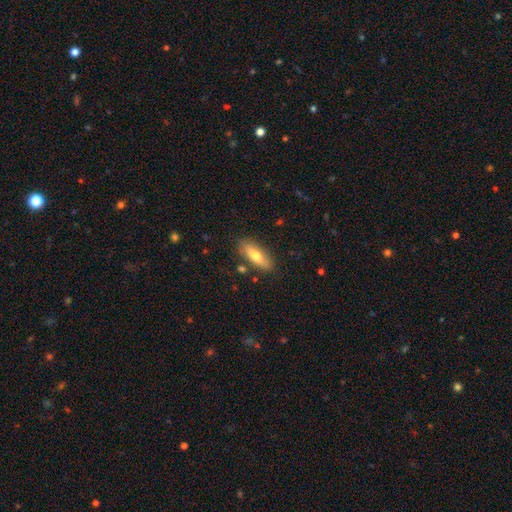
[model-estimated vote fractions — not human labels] smooth 71%, featured or disk 23%, star or artifact 6%. Down the decision tree: how rounded — in between (60%); merging — none (83%).